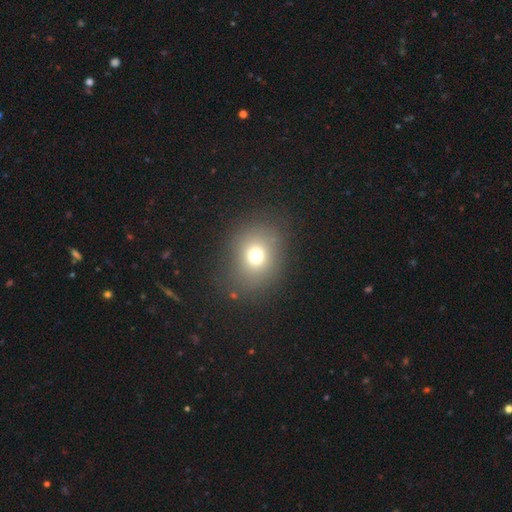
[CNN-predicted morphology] Smooth or featured? smooth (71%)
How rounded? round (64%)
Merging? none (82%)